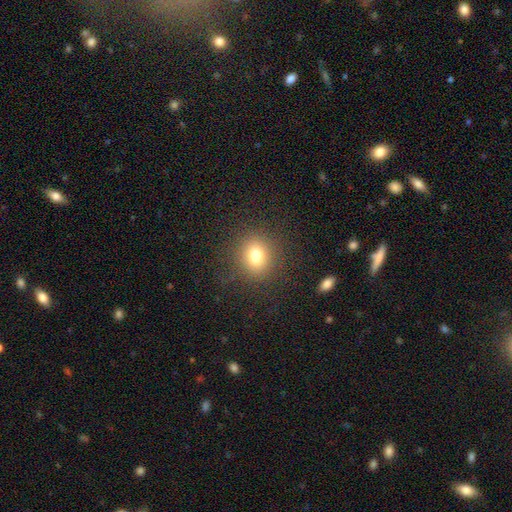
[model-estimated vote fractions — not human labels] Smooth or featured?
  - smooth: 76% *
  - star or artifact: 14%
  - featured or disk: 10%
How rounded?
  - round: 79% *
  - in between: 21%
  - cigar-shaped: 1%
Merging?
  - none: 87% *
  - minor disturbance: 7%
  - major disturbance: 4%
  - merger: 1%